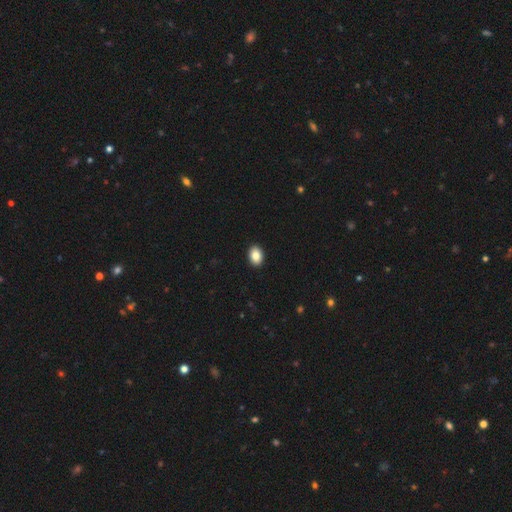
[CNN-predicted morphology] Smooth or featured?
  - smooth: 86% *
  - star or artifact: 8%
  - featured or disk: 6%
How rounded?
  - in between: 79% *
  - round: 20%
  - cigar-shaped: 1%
Merging?
  - none: 92% *
  - minor disturbance: 6%
  - major disturbance: 1%
  - merger: 1%